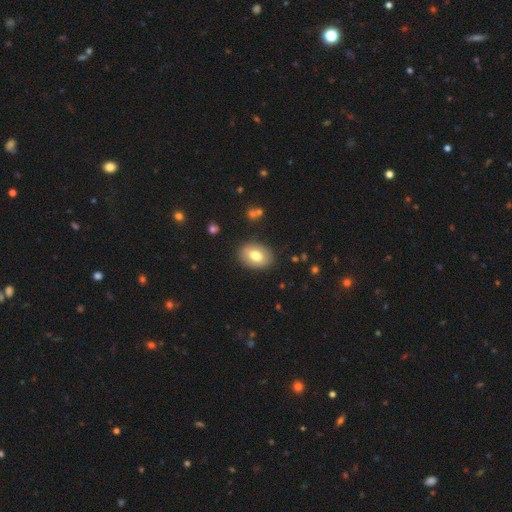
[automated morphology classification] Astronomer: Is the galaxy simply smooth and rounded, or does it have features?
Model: smooth — 70%.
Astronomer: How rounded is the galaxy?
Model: in between — 78%.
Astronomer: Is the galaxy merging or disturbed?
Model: none — 85%.